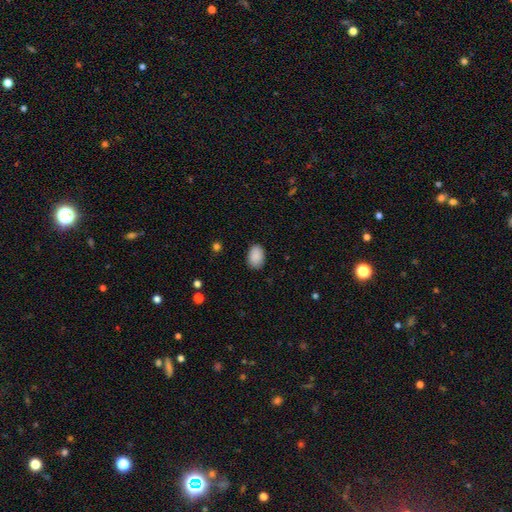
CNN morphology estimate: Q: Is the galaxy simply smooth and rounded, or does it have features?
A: smooth — 90%.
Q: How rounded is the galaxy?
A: in between — 85%.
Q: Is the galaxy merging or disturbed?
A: none — 86%.